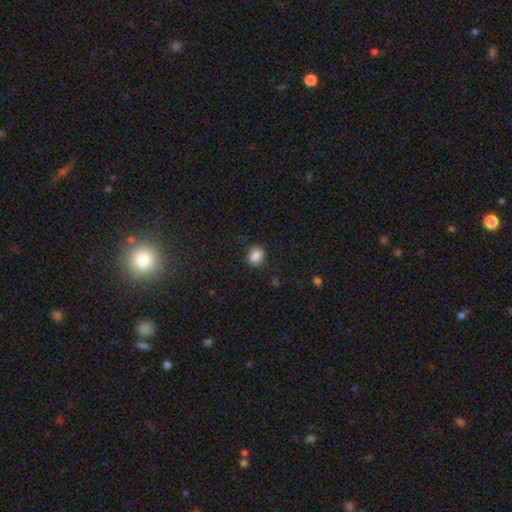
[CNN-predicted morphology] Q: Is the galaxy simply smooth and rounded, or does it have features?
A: smooth — 87%.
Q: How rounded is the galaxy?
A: round — 63%.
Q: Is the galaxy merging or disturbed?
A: none — 85%.